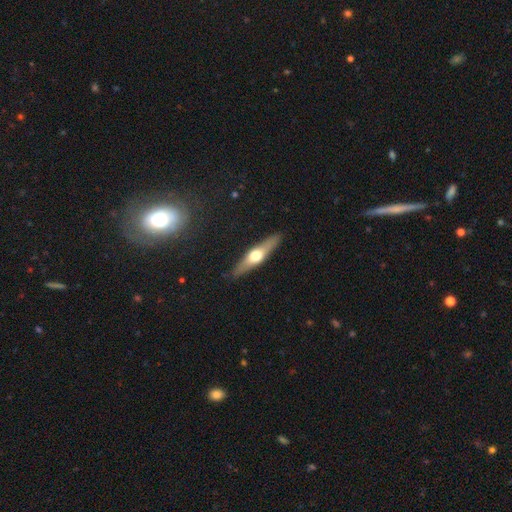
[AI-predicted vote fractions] Smooth or featured? Predicted: featured or disk (p=0.58). Edge-on disk? Predicted: yes (p=0.92). Edge-on bulge? Predicted: rounded (p=0.94). Merging? Predicted: none (p=0.89).